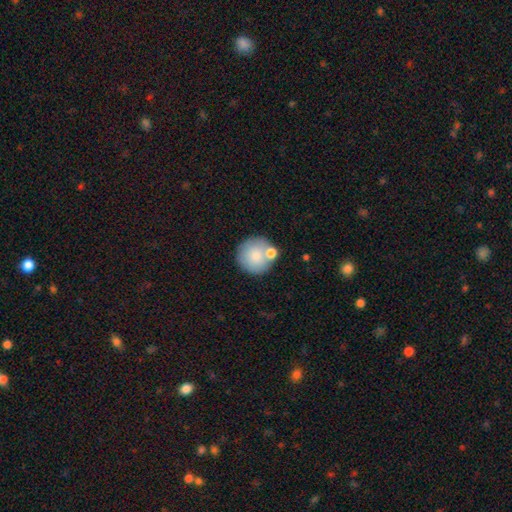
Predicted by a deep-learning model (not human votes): Q: Smooth or featured?
A: smooth (80%); runner-up: featured or disk (13%)
Q: How rounded?
A: round (93%); runner-up: in between (6%)
Q: Merging?
A: none (64%); runner-up: merger (20%)